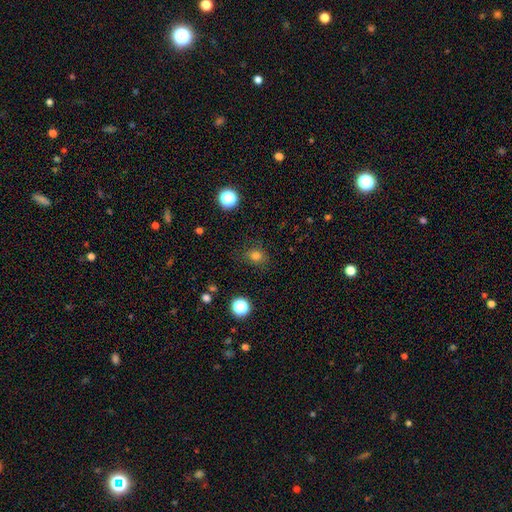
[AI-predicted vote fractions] smooth 78%, star or artifact 16%, featured or disk 6%. Down the decision tree: how rounded — round (65%); merging — none (81%).